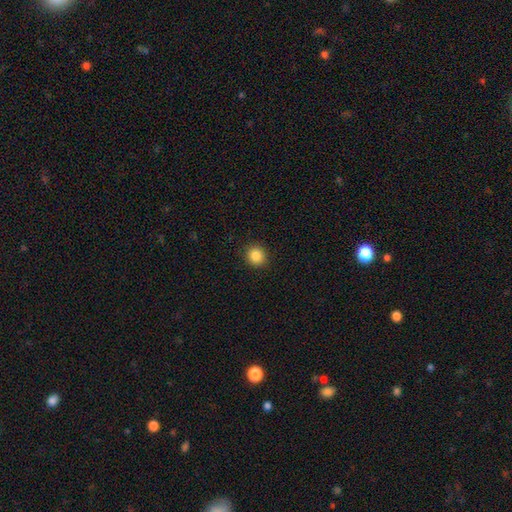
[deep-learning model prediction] The model was most divided on "smooth or featured": smooth: 86%, star or artifact: 10%, featured or disk: 4%. More confident: merging — none (92%); how rounded — round (88%).